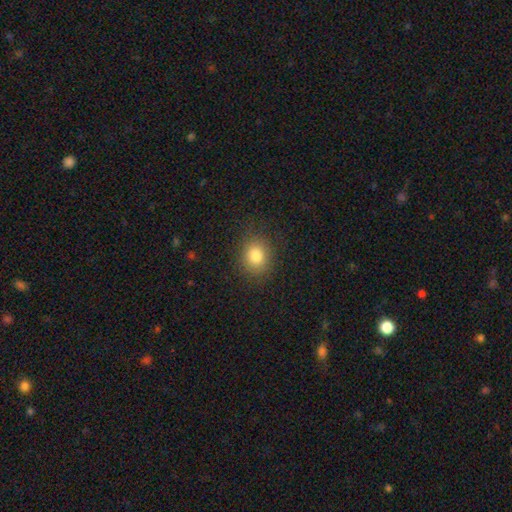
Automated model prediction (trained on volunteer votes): smooth_or_featured: smooth (p=0.82) [alt: star or artifact p=0.12]
how_rounded: round (p=0.68) [alt: in between p=0.31]
merging: none (p=0.86) [alt: minor disturbance p=0.09]